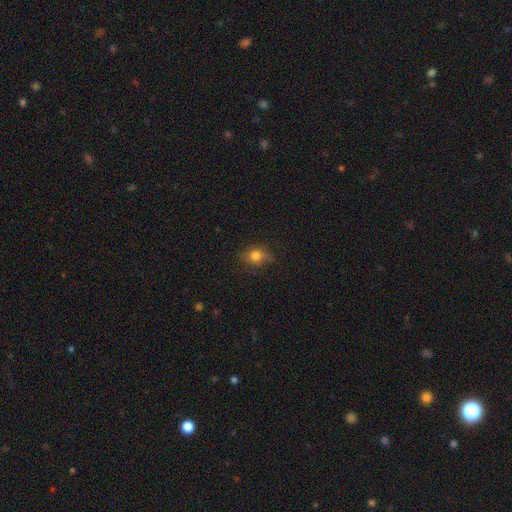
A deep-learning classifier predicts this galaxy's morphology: type=smooth (74%); roundness=round (63%); merging=none (65%).